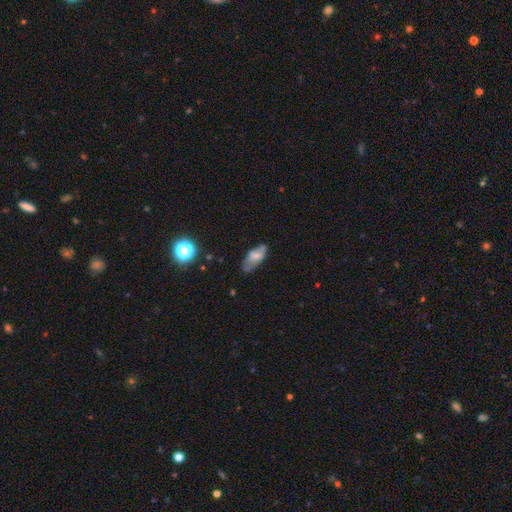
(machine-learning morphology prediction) type=smooth (60%); roundness=in between (84%); merging=none (54%).